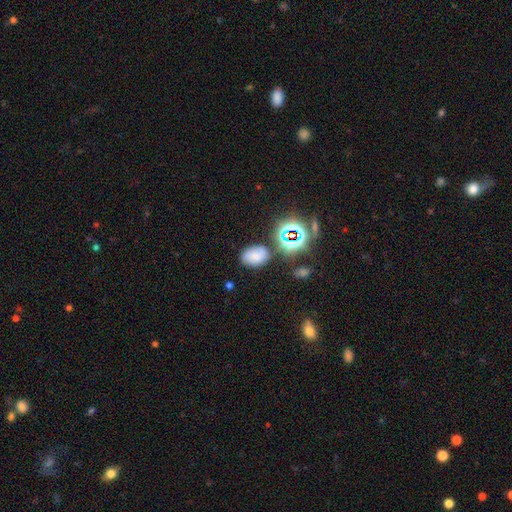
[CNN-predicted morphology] smooth 62%, star or artifact 24%, featured or disk 14%. Down the decision tree: how rounded — in between (80%); merging — none (71%).